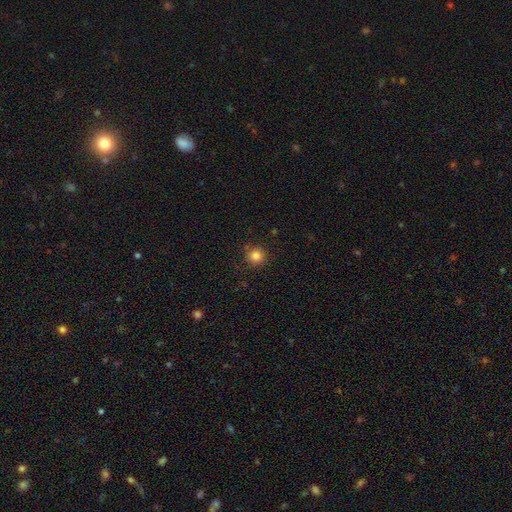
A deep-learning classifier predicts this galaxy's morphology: A smooth galaxy with no disk features (83%) that is round (94%). Merging: none (87%).